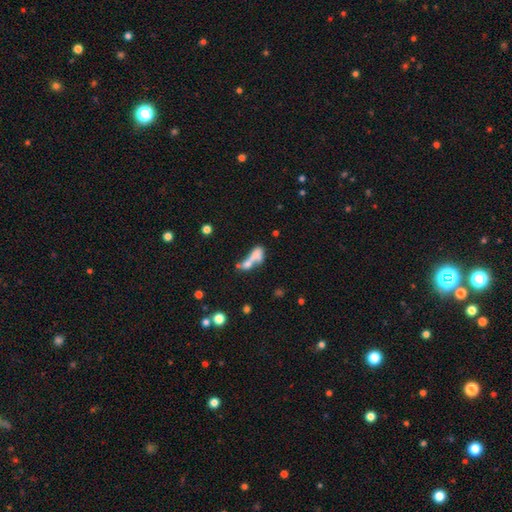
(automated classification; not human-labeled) Smooth or featured? smooth (61%)
How rounded? in between (64%)
Merging? merger (62%)